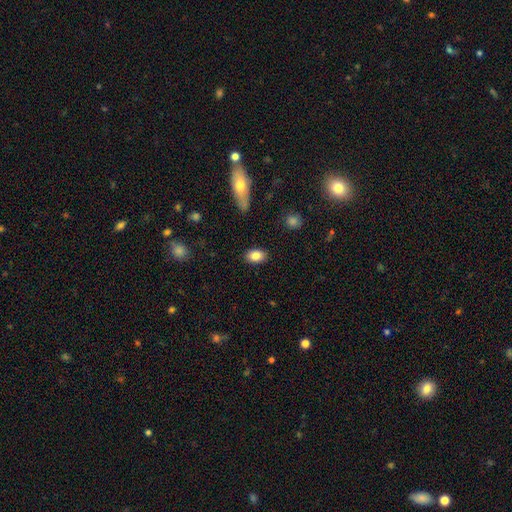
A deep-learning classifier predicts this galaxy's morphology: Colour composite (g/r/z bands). It shows a smooth galaxy with no disk features (85%) that is in between round and cigar-shaped (87%). Merging: none (87%).